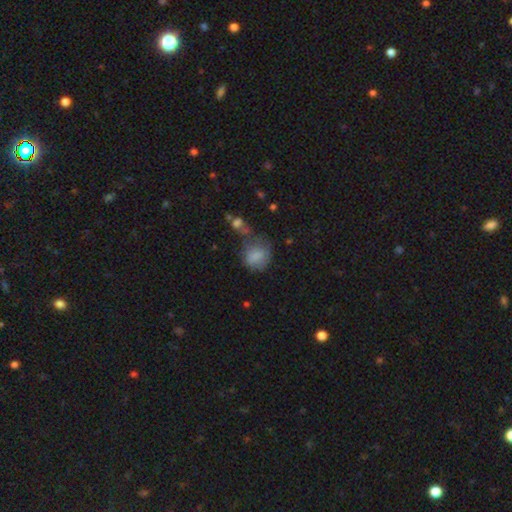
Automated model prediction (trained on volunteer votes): Overall: smooth (76%). How rounded: round (68%; in between 30%). Merging: none (37%; minor disturbance 25%).